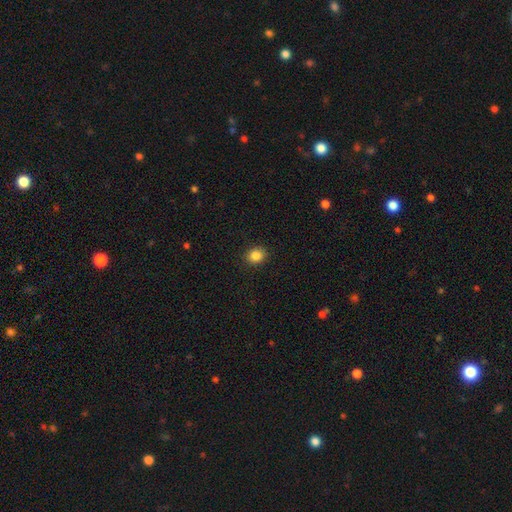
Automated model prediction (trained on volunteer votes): Smooth or featured? Predicted: smooth (p=0.86). How rounded? Predicted: round (p=0.69). Merging? Predicted: none (p=0.91).